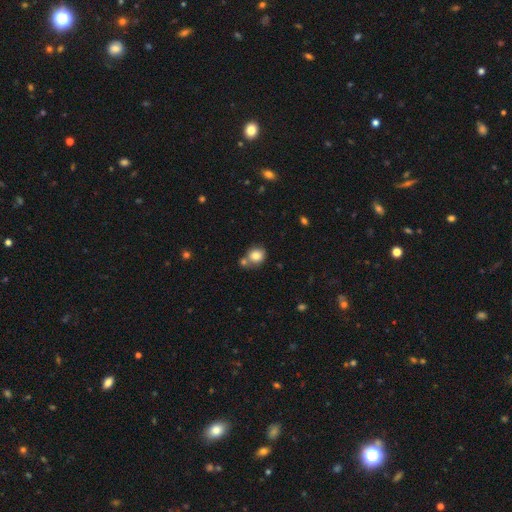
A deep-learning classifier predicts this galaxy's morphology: Smooth or featured? smooth (82%)
How rounded? round (76%)
Merging? none (58%)